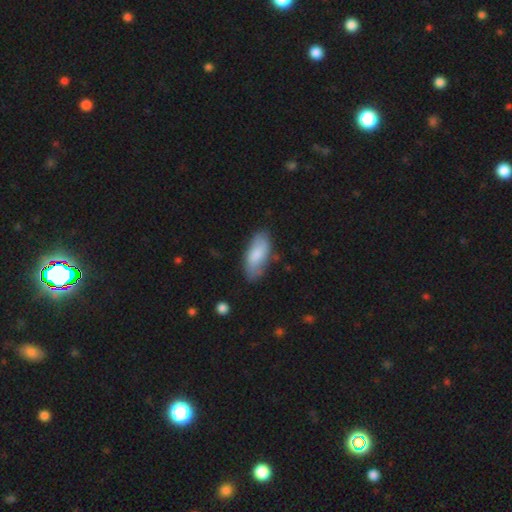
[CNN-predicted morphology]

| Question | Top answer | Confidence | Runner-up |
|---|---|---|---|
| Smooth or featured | smooth | 77% | featured or disk (17%) |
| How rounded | in between | 83% | cigar-shaped (15%) |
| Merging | none | 75% | minor disturbance (19%) |